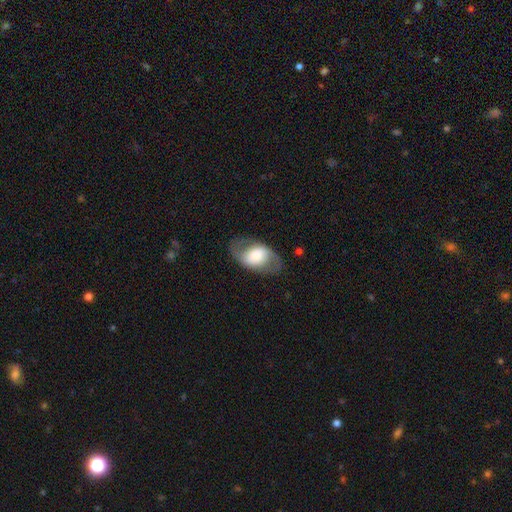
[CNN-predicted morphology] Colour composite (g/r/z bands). It shows a featured or disk galaxy (53%). Merging: none (75%).